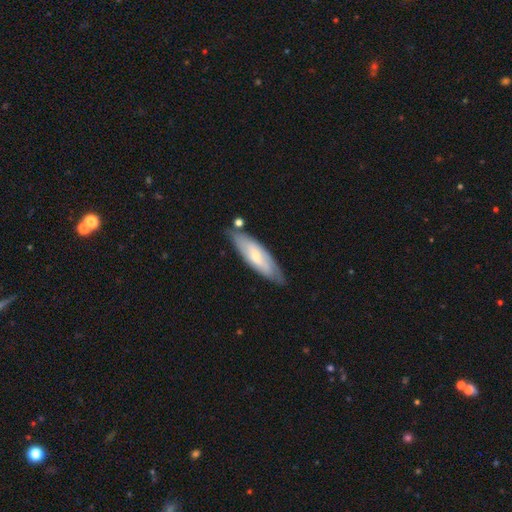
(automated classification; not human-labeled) Smooth or featured? Predicted: featured or disk (p=0.52). Edge-on disk? Predicted: no (p=0.68). Merging? Predicted: none (p=0.74).